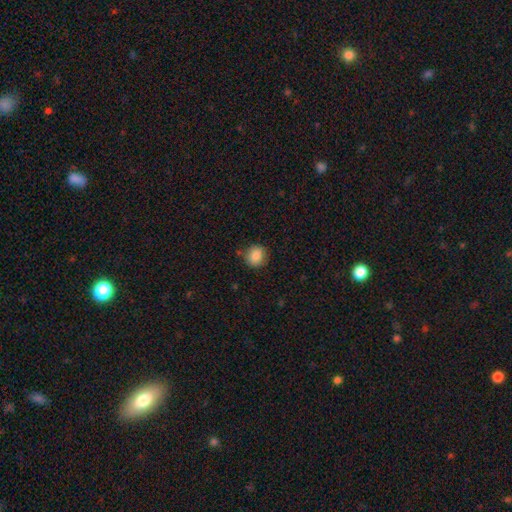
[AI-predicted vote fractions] A smooth galaxy with no disk features (86%) that is round (81%). Merging: none (81%).